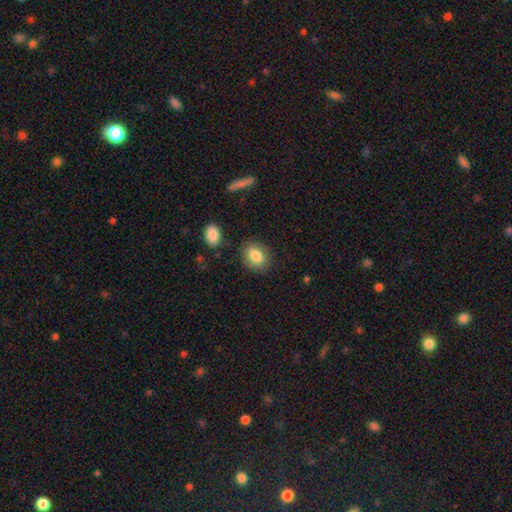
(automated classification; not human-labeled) A smooth galaxy with no disk features (84%) that is in between round and cigar-shaped (63%). Merging: none (82%).